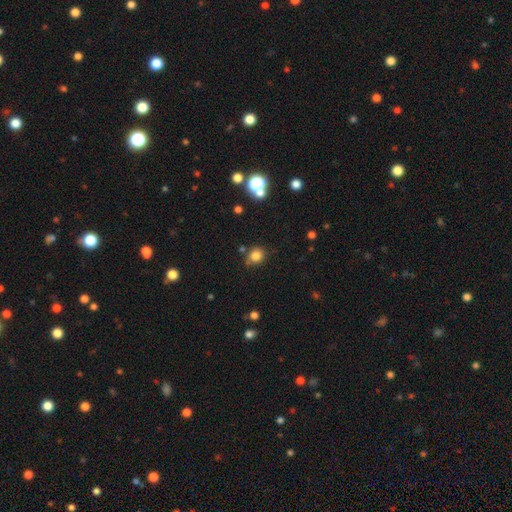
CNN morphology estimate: smooth 80%, star or artifact 14%, featured or disk 6%. Down the decision tree: how rounded — round (77%); merging — none (75%).